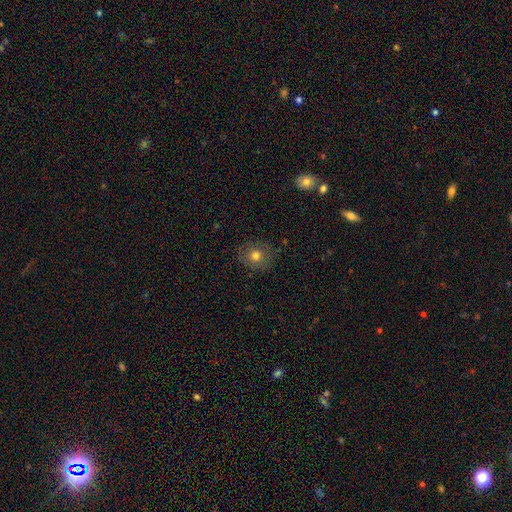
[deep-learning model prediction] Smooth or featured? smooth (73%)
How rounded? round (78%)
Merging? none (83%)